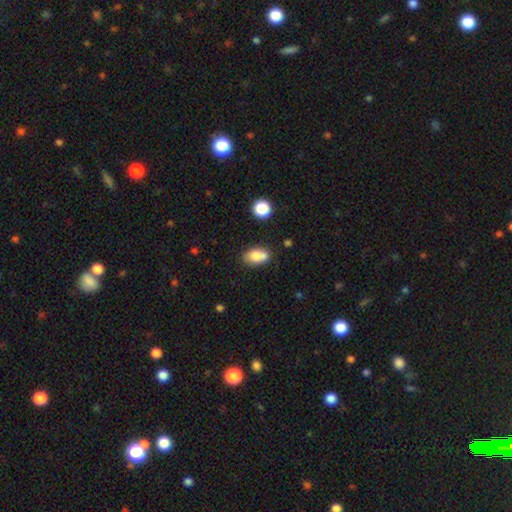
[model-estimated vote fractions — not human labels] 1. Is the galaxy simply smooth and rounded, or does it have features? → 78% smooth, 13% featured or disk, 9% star or artifact.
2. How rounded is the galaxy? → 85% in between, 12% round, 3% cigar-shaped.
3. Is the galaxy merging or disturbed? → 52% none, 25% merger, 18% minor disturbance, 5% major disturbance.